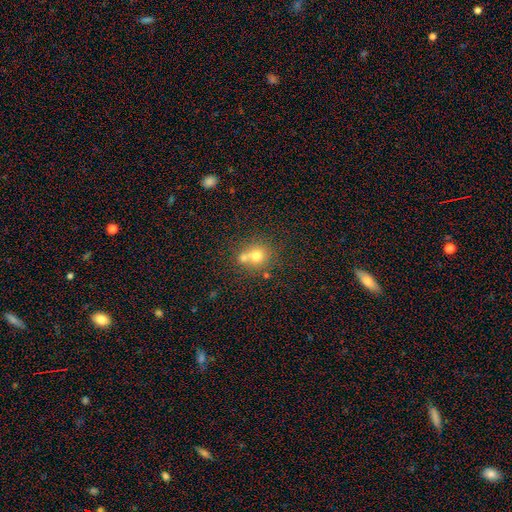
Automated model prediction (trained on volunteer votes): Smooth or featured: smooth — 70% (featured or disk — 16%)
How rounded: round — 82% (in between — 17%)
Merging: merger — 45% (none — 43%)